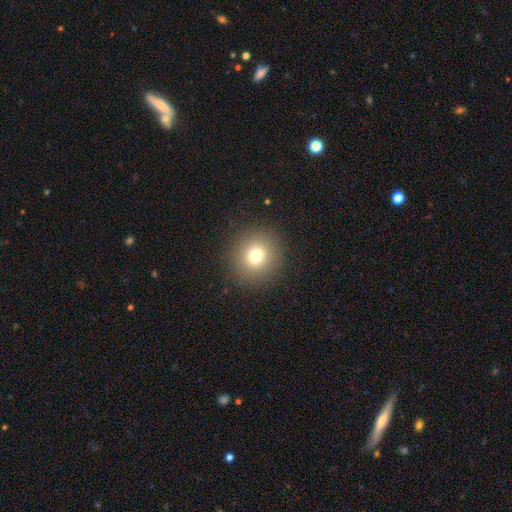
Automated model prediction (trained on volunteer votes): Q: Smooth or featured?
A: smooth (75%); runner-up: star or artifact (15%)
Q: How rounded?
A: round (92%); runner-up: in between (8%)
Q: Merging?
A: none (90%); runner-up: minor disturbance (6%)